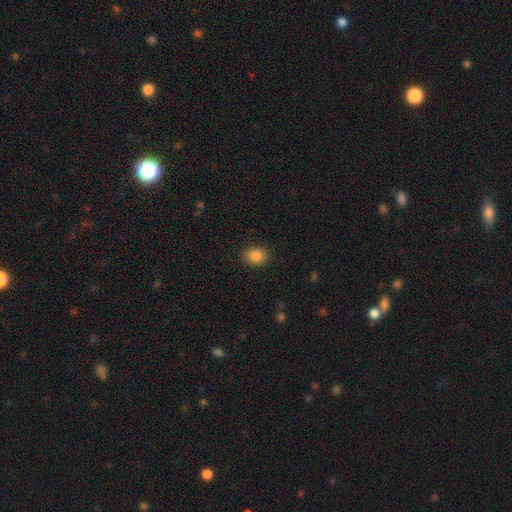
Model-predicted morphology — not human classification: A smooth galaxy with no disk features (86%) that is in between round and cigar-shaped (62%).

Vote fractions:
- Smooth or featured? smooth: 86% / star or artifact: 10% / featured or disk: 4%
- How rounded? in between: 62% / round: 37% / cigar-shaped: 1%
- Merging? none: 88% / minor disturbance: 9% / major disturbance: 3% / merger: 1%